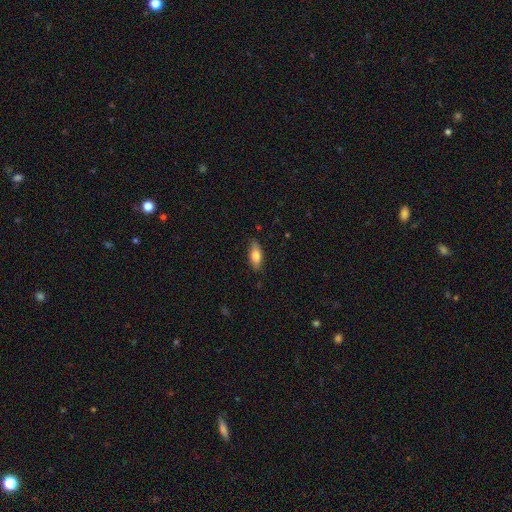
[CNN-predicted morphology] smooth 78%, featured or disk 16%, star or artifact 7%. Down the decision tree: how rounded — in between (81%); merging — none (84%).